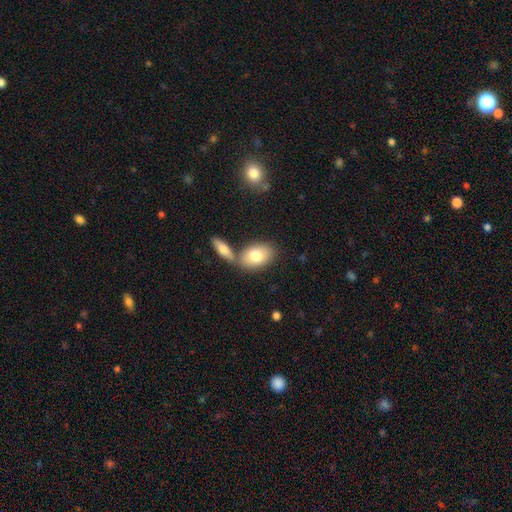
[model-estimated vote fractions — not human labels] Smooth or featured? Predicted: smooth (p=0.77). How rounded? Predicted: in between (p=0.87). Merging? Predicted: none (p=0.53).